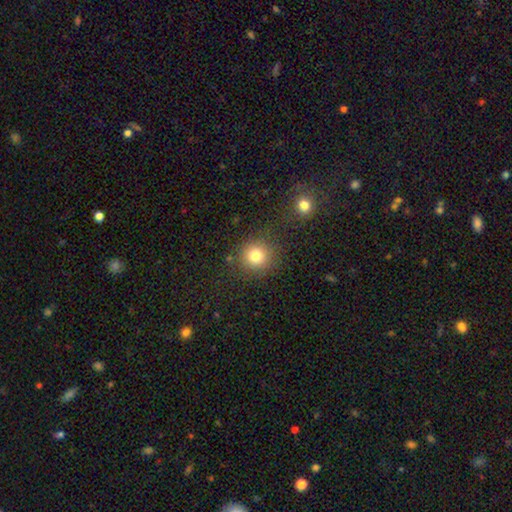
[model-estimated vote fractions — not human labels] Smooth or featured?
  - smooth: 80% *
  - star or artifact: 13%
  - featured or disk: 7%
How rounded?
  - round: 91% *
  - in between: 8%
  - cigar-shaped: 1%
Merging?
  - none: 83% *
  - minor disturbance: 8%
  - merger: 5%
  - major disturbance: 4%